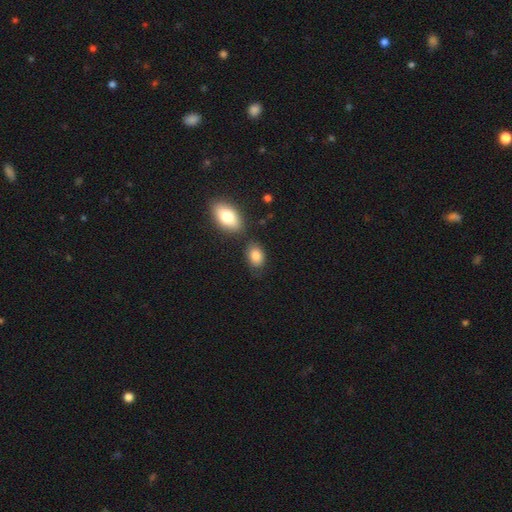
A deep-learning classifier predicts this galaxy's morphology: Smooth or featured? Predicted: smooth (p=0.84). How rounded? Predicted: in between (p=0.83). Merging? Predicted: none (p=0.71).